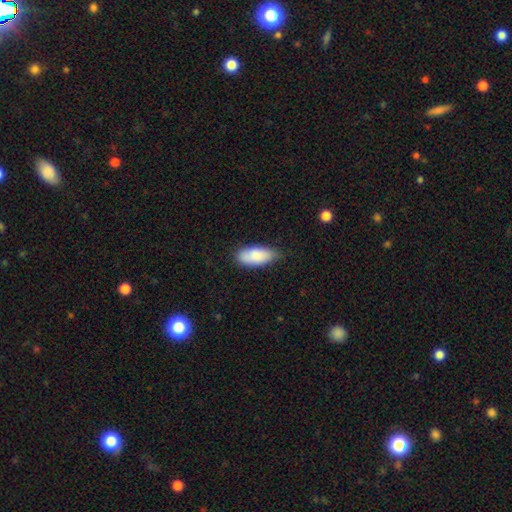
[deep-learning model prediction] Smooth or featured? smooth (86%)
How rounded? in between (89%)
Merging? none (70%)